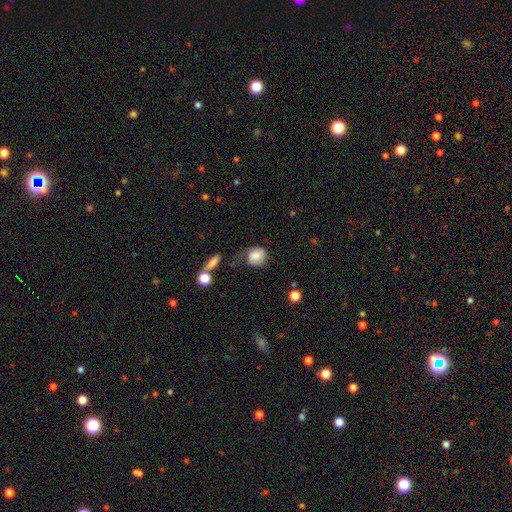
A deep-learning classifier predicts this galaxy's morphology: Q: Smooth or featured?
A: smooth (70%); runner-up: featured or disk (21%)
Q: How rounded?
A: round (67%); runner-up: in between (32%)
Q: Merging?
A: none (40%); runner-up: minor disturbance (30%)